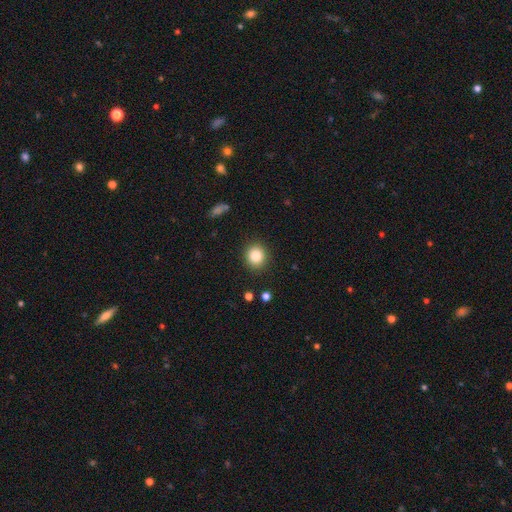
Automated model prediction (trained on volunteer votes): This is clearly a smooth galaxy (85%). How rounded: clearly round (84%). Merging: clearly none (89%).